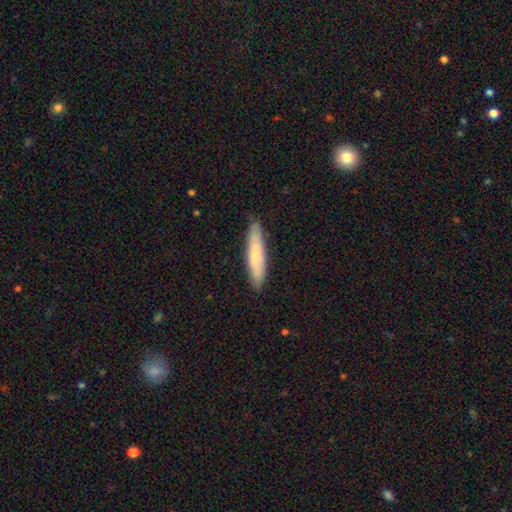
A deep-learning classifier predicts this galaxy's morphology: The model was most divided on "smooth or featured": smooth: 69%, featured or disk: 26%, star or artifact: 6%. More confident: merging — none (85%); how rounded — cigar-shaped (85%).